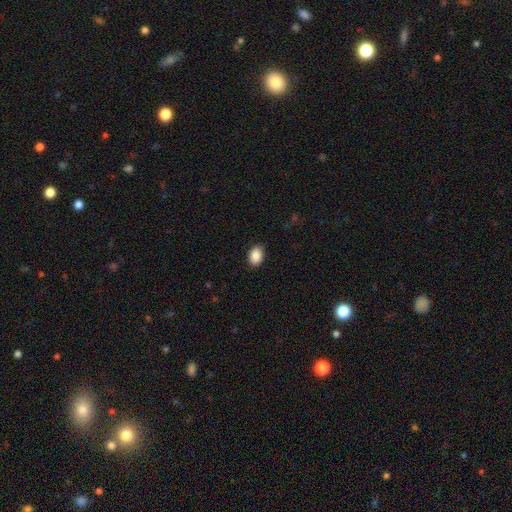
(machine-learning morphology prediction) Smooth or featured? smooth (89%)
How rounded? in between (79%)
Merging? none (87%)